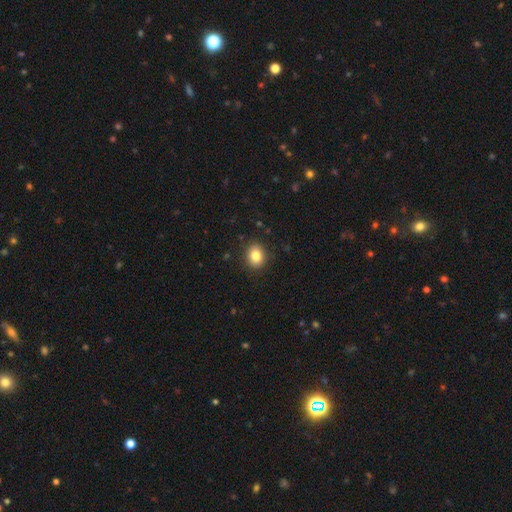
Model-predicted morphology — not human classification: The model was most divided on "how rounded": round: 54%, in between: 45%, cigar-shaped: 1%. More confident: merging — none (90%); smooth or featured — smooth (84%).